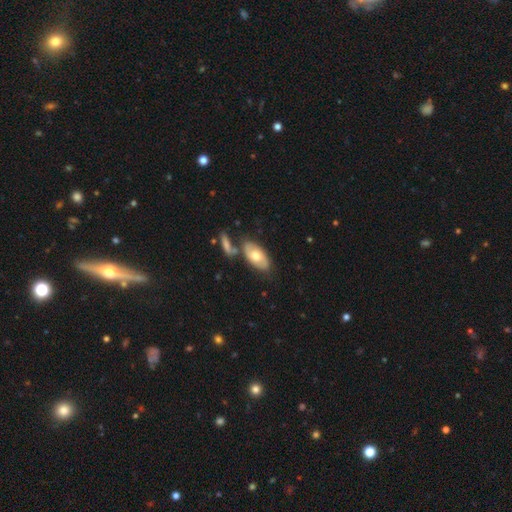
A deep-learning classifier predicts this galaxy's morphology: Q: Smooth or featured?
A: smooth (56%); runner-up: featured or disk (39%)
Q: How rounded?
A: in between (91%); runner-up: cigar-shaped (5%)
Q: Merging?
A: none (60%); runner-up: merger (20%)